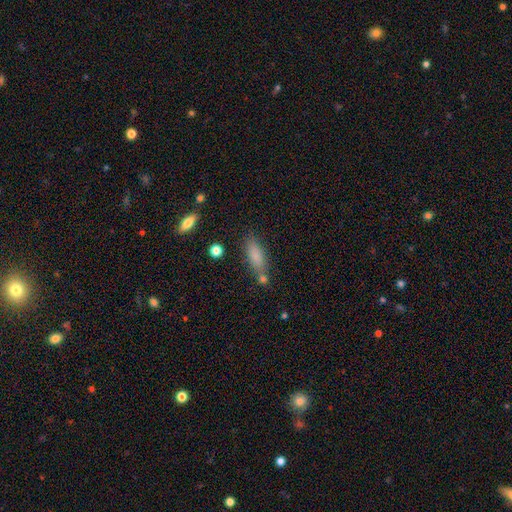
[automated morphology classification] Smooth or featured?
  - smooth: 81% *
  - featured or disk: 10%
  - star or artifact: 9%
How rounded?
  - in between: 60% *
  - cigar-shaped: 37%
  - round: 3%
Merging?
  - none: 64% *
  - minor disturbance: 17%
  - merger: 14%
  - major disturbance: 5%